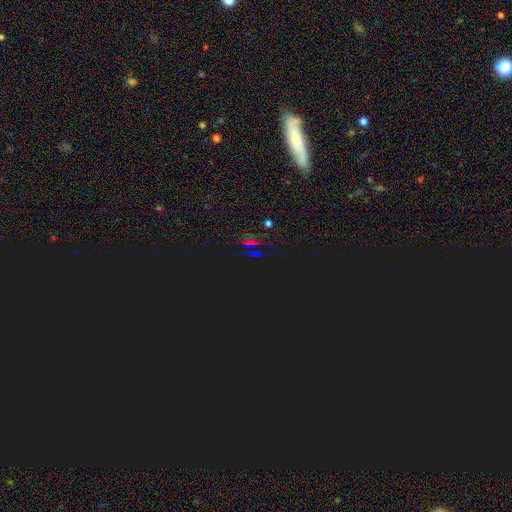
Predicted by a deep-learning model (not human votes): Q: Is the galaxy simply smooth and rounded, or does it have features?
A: star or artifact — 76%.